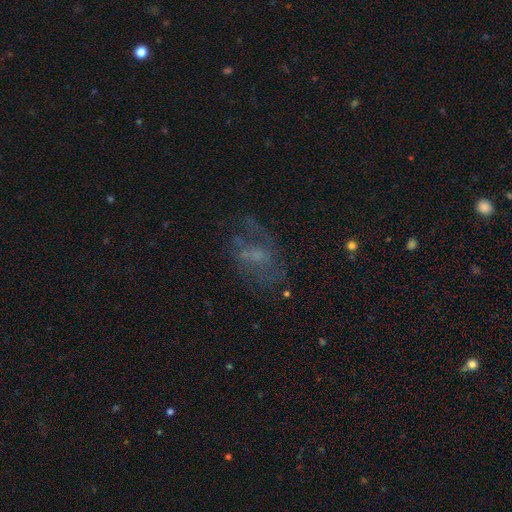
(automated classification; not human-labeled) The model was most divided on "bulge size" (2-way tie): none: 38%, small: 38%, moderate: 20%, large: 3%, dominant: 1%. Remaining: edge-on disk — no (96%); bar — no (56%); smooth or featured — featured or disk (54%); spiral arms — no (52%); merging — none (49%).